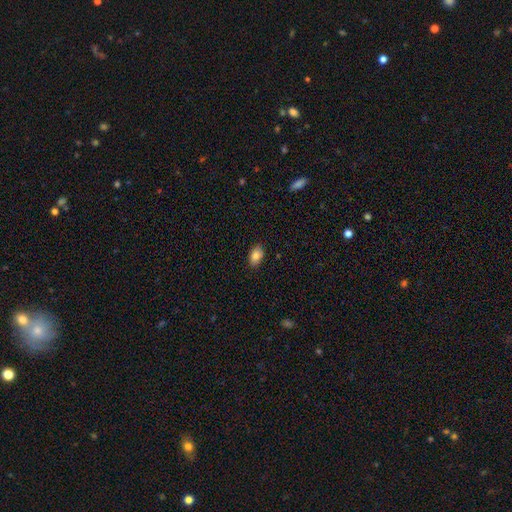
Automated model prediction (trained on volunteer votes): This is clearly a smooth galaxy (84%). How rounded: clearly in between (90%). Merging: clearly none (87%).